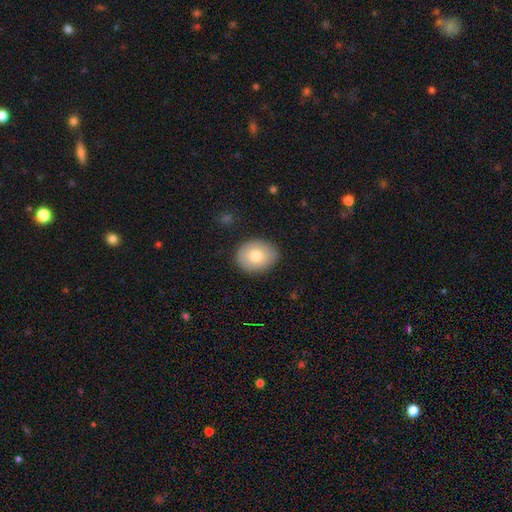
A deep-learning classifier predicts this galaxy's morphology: type=smooth (79%); roundness=in between (51%); merging=none (86%).